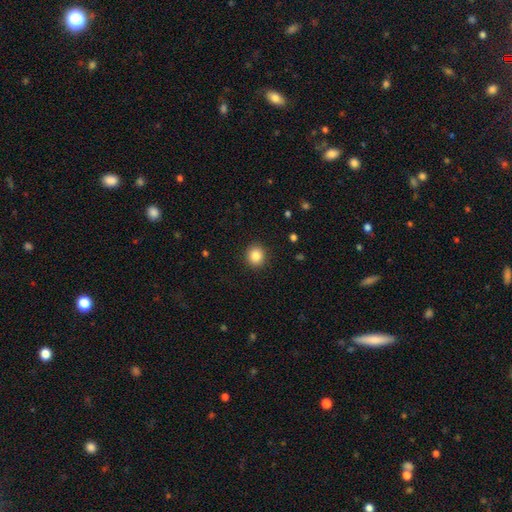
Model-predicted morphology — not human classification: Q: Smooth or featured?
A: smooth (86%); runner-up: star or artifact (9%)
Q: How rounded?
A: round (88%); runner-up: in between (12%)
Q: Merging?
A: none (91%); runner-up: minor disturbance (6%)